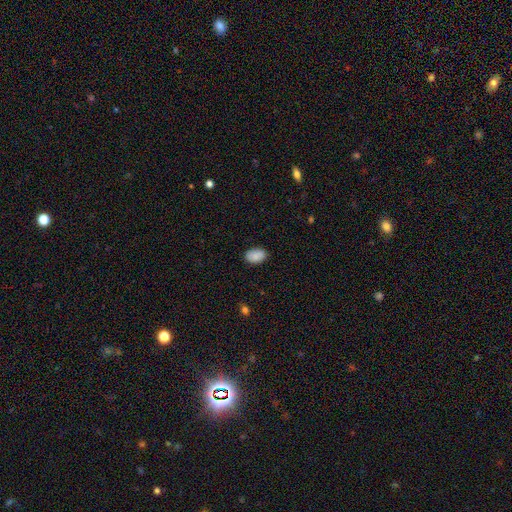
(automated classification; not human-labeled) Morphology: type=smooth (86%); roundness=in between (89%); merging=none (86%).